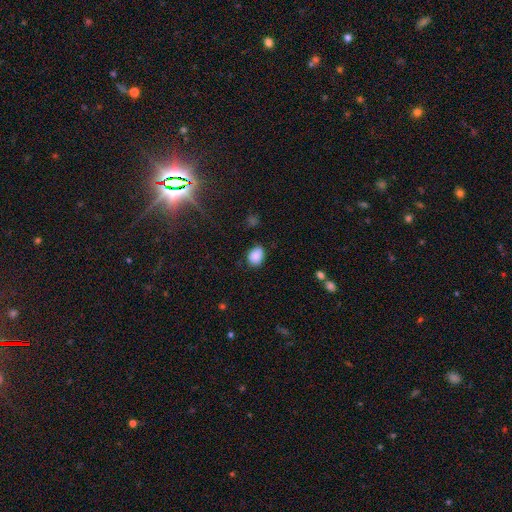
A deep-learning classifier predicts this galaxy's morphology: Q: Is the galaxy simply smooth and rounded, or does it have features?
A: smooth — 86%.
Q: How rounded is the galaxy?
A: in between — 68%.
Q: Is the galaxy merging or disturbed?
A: none — 77%.